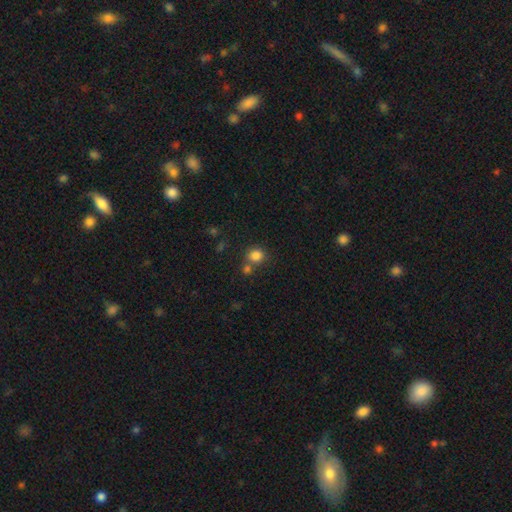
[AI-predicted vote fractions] Smooth or featured: smooth — 82% (star or artifact — 12%)
How rounded: round — 83% (in between — 16%)
Merging: none — 62% (merger — 25%)